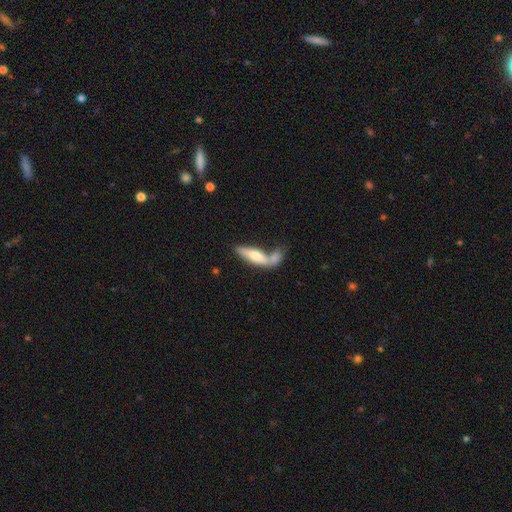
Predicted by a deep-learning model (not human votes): smooth-or-featured: smooth: 62% | featured or disk: 33% | star or artifact: 5%
  how-rounded: cigar-shaped: 52% | in between: 45% | round: 2%
  merging: merger: 46% | none: 34% | minor disturbance: 13% | major disturbance: 7%